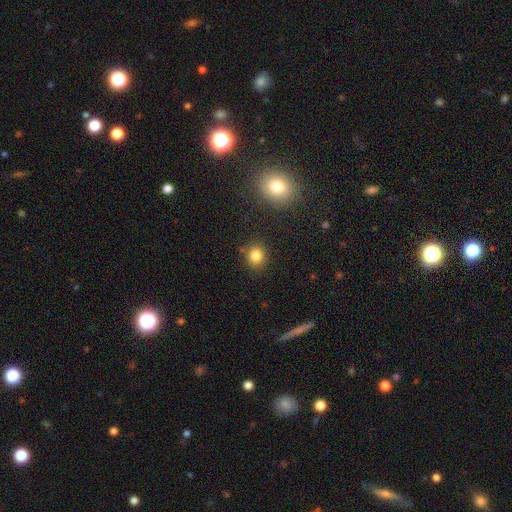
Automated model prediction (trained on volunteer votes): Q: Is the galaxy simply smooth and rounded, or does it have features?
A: smooth — 82%.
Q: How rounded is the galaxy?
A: round — 77%.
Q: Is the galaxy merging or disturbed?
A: none — 83%.